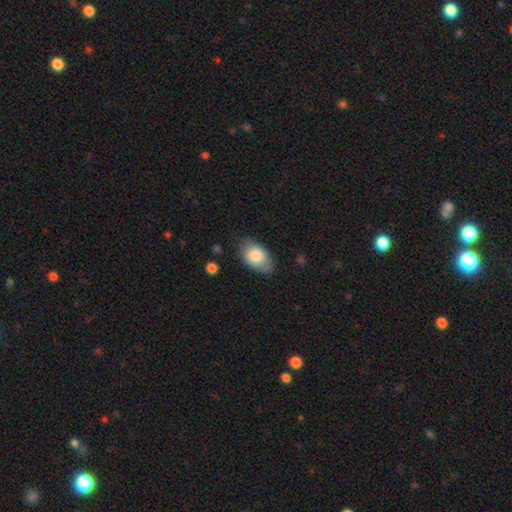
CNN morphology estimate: This appears to be a smooth galaxy with no disk features (81%) that is in between round and cigar-shaped (91%). Merging: none (71%).